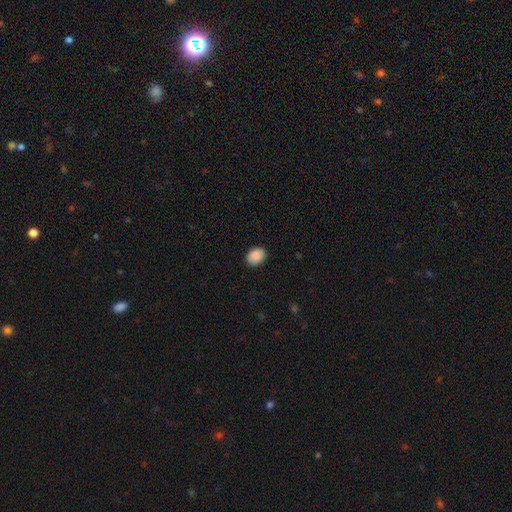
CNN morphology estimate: A smooth galaxy with no disk features (90%) that is in between round and cigar-shaped (66%). Merging: none (90%).